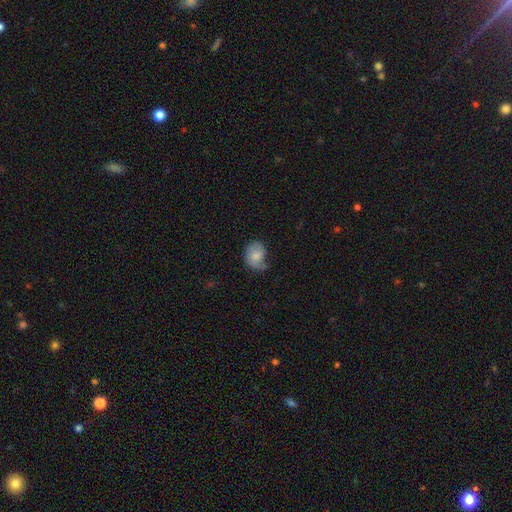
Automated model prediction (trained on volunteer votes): Morphology: type=smooth (66%); roundness=in between (52%); merging=none (40%).